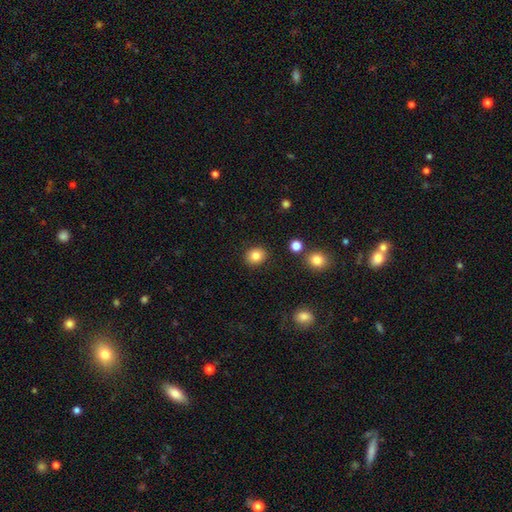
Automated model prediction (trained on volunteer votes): Q: Smooth or featured?
A: smooth (83%); runner-up: star or artifact (10%)
Q: How rounded?
A: round (67%); runner-up: in between (32%)
Q: Merging?
A: none (89%); runner-up: minor disturbance (7%)